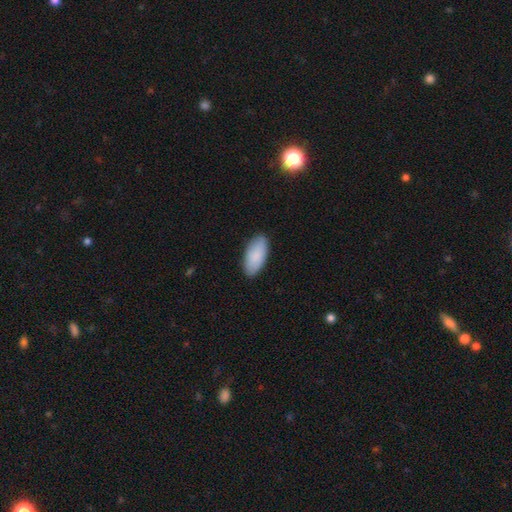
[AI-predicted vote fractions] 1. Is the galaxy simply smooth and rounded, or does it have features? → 89% smooth, 6% featured or disk, 5% star or artifact.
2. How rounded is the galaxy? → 92% in between, 6% cigar-shaped, 2% round.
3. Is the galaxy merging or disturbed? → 87% none, 10% minor disturbance, 2% major disturbance, 1% merger.